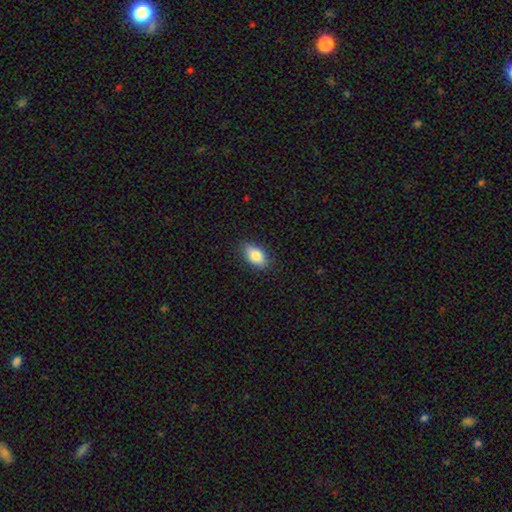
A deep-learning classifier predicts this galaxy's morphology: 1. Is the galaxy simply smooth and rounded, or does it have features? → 84% smooth, 9% featured or disk, 7% star or artifact.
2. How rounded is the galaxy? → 90% in between, 6% round, 4% cigar-shaped.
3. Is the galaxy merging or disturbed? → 85% none, 12% minor disturbance, 2% major disturbance, 1% merger.